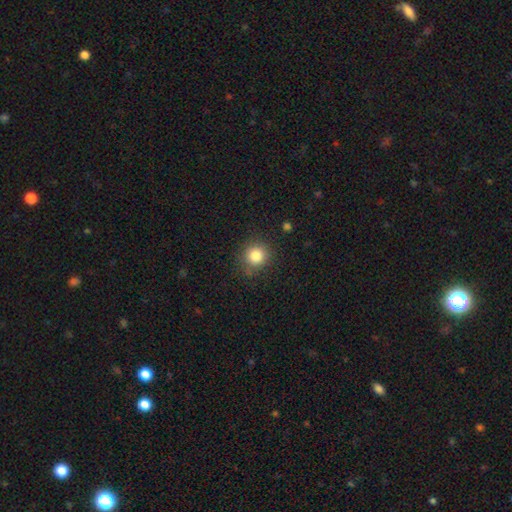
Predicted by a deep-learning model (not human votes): A smooth galaxy with no disk features (83%) that is round (90%). Merging: none (83%).